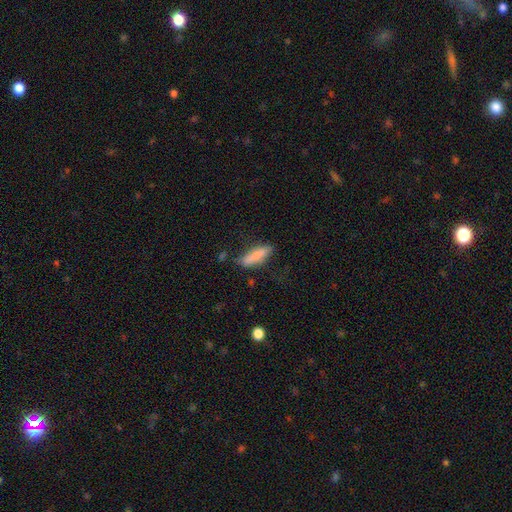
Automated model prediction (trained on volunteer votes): Smooth or featured? smooth (81%)
How rounded? cigar-shaped (61%)
Merging? none (68%)